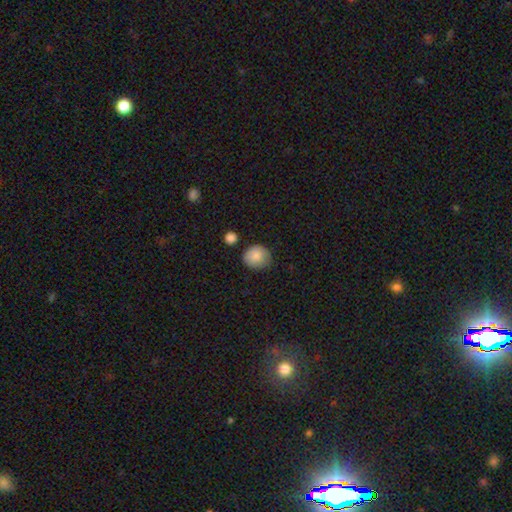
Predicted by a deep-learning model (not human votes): Smooth or featured: smooth — 85% (star or artifact — 8%)
How rounded: round — 82% (in between — 17%)
Merging: none — 73% (minor disturbance — 20%)